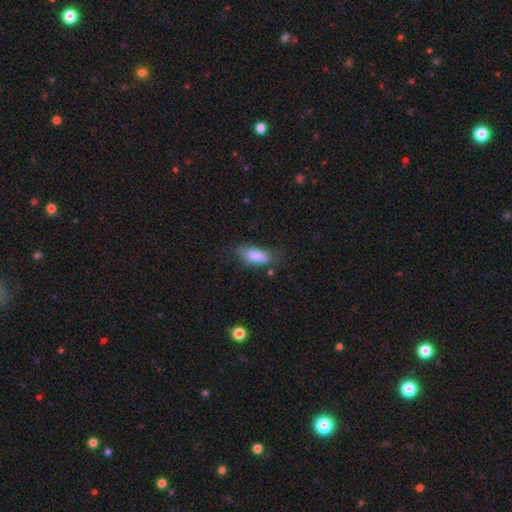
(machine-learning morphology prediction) smooth-or-featured: smooth: 83% | featured or disk: 10% | star or artifact: 7%
  how-rounded: in between: 76% | cigar-shaped: 21% | round: 2%
  merging: none: 67% | minor disturbance: 23% | major disturbance: 8% | merger: 2%